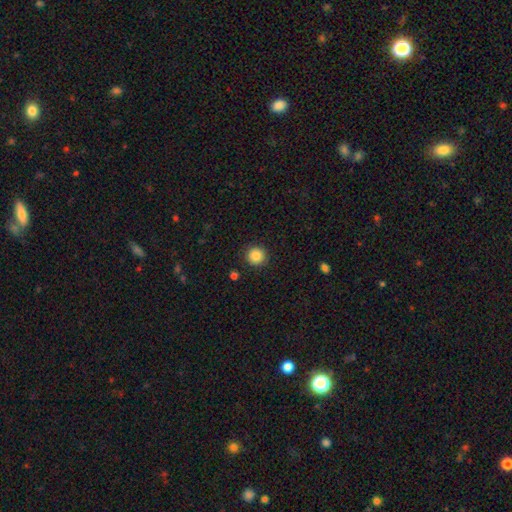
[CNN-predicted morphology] smooth 87%, star or artifact 10%, featured or disk 4%. Down the decision tree: how rounded — round (95%); merging — none (91%).